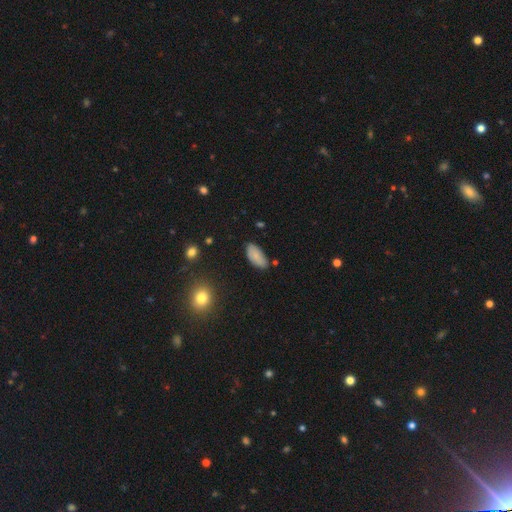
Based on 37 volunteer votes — smooth-or-featured: smooth: 81% | featured or disk: 14% | star or artifact: 5%
  how-rounded: in between: 97% | round: 3% | cigar-shaped: 0%
  merging: none: 71% | minor disturbance: 17% | major disturbance: 6% | merger: 6%